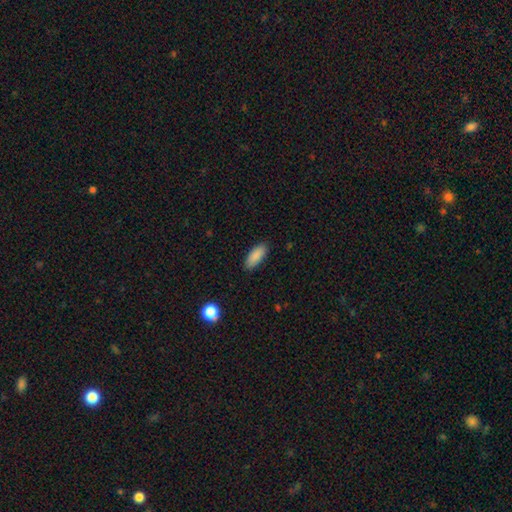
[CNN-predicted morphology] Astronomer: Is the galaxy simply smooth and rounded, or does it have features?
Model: smooth — 89%.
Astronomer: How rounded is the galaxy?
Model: in between — 81%.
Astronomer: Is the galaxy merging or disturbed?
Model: none — 88%.